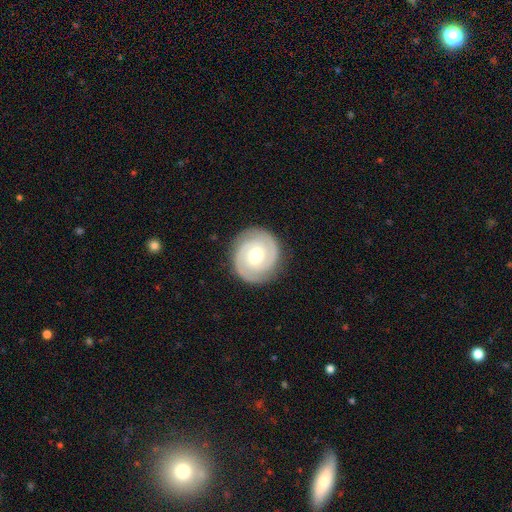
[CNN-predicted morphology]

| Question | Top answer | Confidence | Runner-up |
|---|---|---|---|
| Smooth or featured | featured or disk | 79% | smooth (16%) |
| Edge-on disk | no | 98% | yes (2%) |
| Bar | no | 51% | weak (39%) |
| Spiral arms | yes | 93% | no (7%) |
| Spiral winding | tight | 66% | medium (28%) |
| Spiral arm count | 2 | 80% | can't tell (8%) |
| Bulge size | moderate | 75% | small (17%) |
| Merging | none | 87% | minor disturbance (9%) |